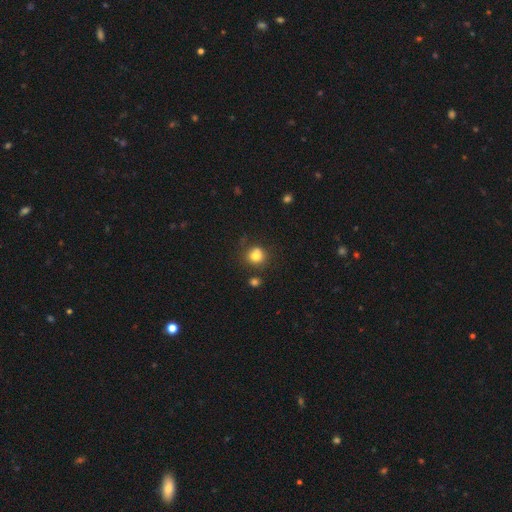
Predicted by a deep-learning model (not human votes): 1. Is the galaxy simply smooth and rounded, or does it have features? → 79% smooth, 12% star or artifact, 9% featured or disk.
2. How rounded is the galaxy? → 85% round, 14% in between, 1% cigar-shaped.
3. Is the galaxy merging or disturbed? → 67% none, 16% minor disturbance, 11% merger, 6% major disturbance.